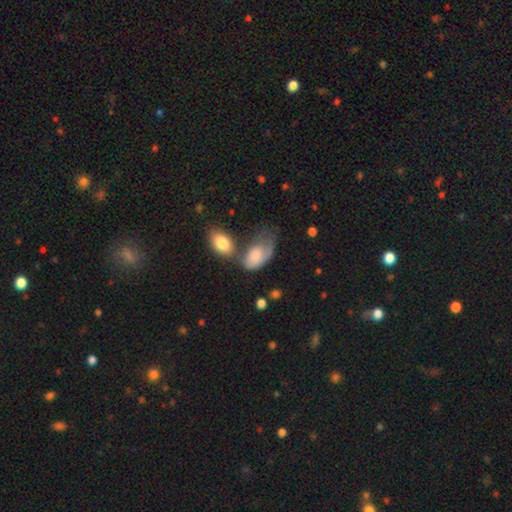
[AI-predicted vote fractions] Smooth or featured? smooth (70%)
How rounded? in between (92%)
Merging? major disturbance (31%)